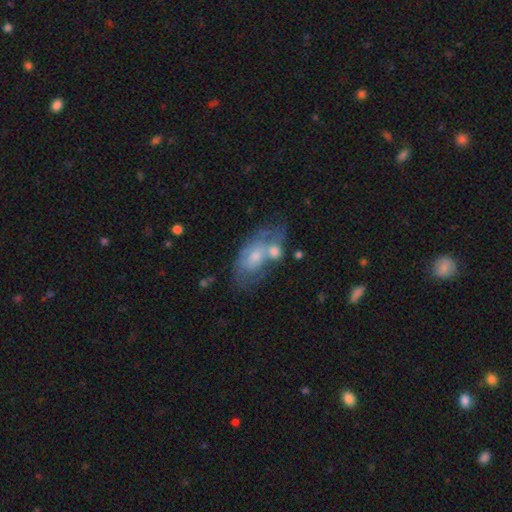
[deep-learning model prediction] Smooth or featured? featured or disk (50%)
Edge-on disk? no (94%)
Merging? merger (39%)